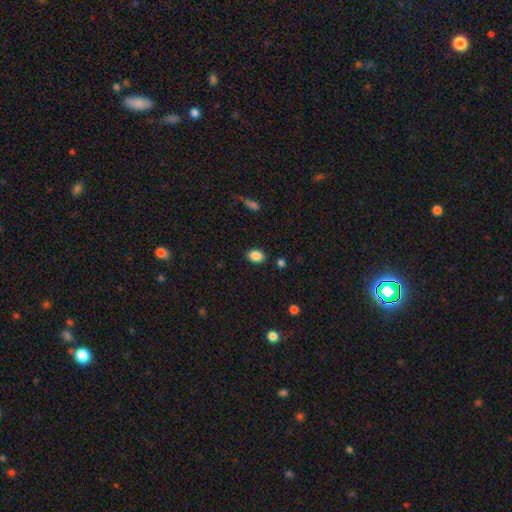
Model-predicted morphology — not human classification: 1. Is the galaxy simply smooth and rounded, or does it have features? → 86% smooth, 9% star or artifact, 4% featured or disk.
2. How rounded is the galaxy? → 76% in between, 23% round, 1% cigar-shaped.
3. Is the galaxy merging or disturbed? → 86% none, 9% minor disturbance, 2% major disturbance, 2% merger.